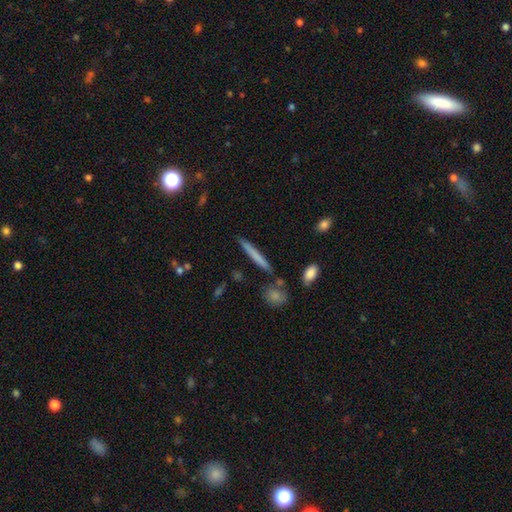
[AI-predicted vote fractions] A smooth galaxy with no disk features (66%) that is cigar-shaped (95%).

Vote fractions:
- Smooth or featured? smooth: 66% / featured or disk: 27% / star or artifact: 7%
- How rounded? cigar-shaped: 95% / in between: 3% / round: 2%
- Merging? none: 85% / minor disturbance: 9% / merger: 4% / major disturbance: 2%